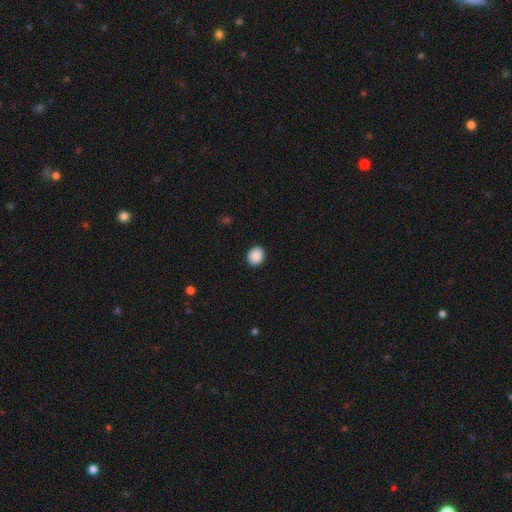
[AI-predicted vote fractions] Q: Smooth or featured?
A: smooth (89%); runner-up: star or artifact (8%)
Q: How rounded?
A: round (68%); runner-up: in between (31%)
Q: Merging?
A: none (91%); runner-up: minor disturbance (6%)